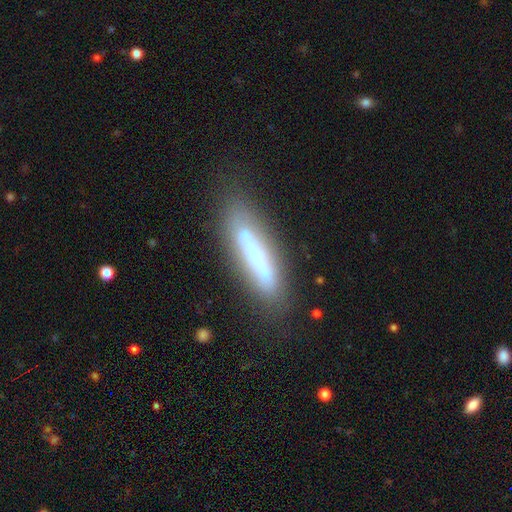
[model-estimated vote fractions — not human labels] Overall: smooth (51%; featured or disk 39%). How rounded: cigar-shaped (85%). Merging: none (71%).